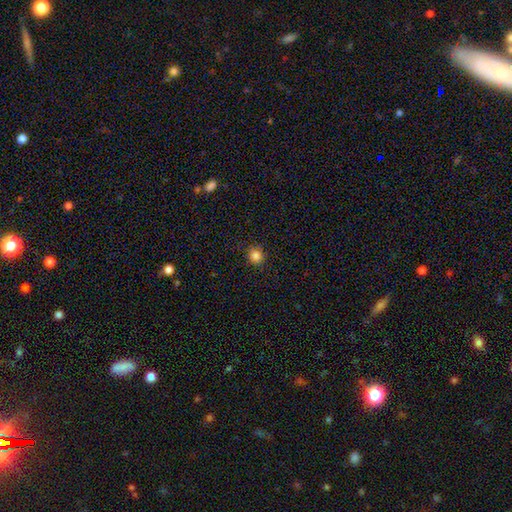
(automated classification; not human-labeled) Q: Smooth or featured?
A: smooth (84%); runner-up: star or artifact (12%)
Q: How rounded?
A: round (88%); runner-up: in between (11%)
Q: Merging?
A: none (90%); runner-up: minor disturbance (7%)